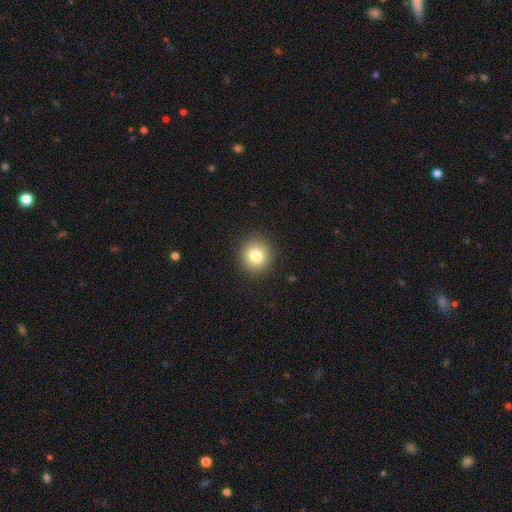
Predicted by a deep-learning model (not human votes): Smooth or featured? smooth (81%)
How rounded? round (90%)
Merging? none (91%)